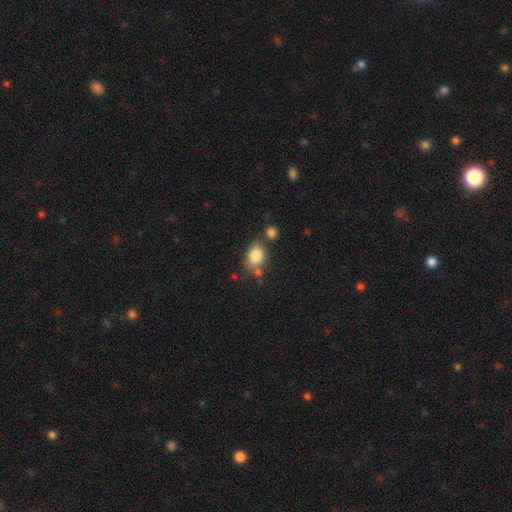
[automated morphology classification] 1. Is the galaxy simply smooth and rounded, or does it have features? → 82% smooth, 9% featured or disk, 9% star or artifact.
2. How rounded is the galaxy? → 68% in between, 30% round, 2% cigar-shaped.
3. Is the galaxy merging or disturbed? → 58% none, 18% merger, 18% minor disturbance, 6% major disturbance.